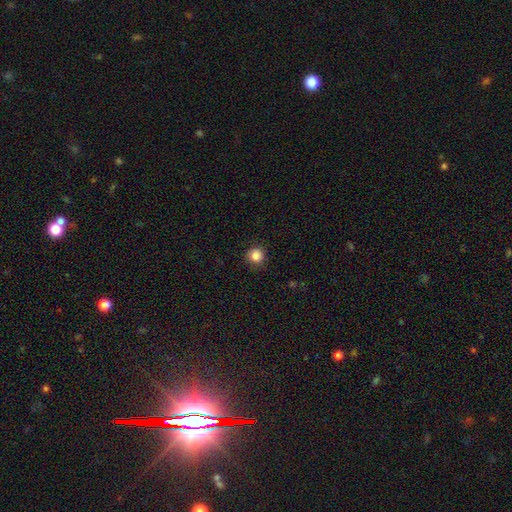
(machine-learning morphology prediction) smooth-or-featured: smooth: 85% | star or artifact: 11% | featured or disk: 4%
  how-rounded: round: 94% | in between: 5% | cigar-shaped: 1%
  merging: none: 89% | minor disturbance: 8% | major disturbance: 2% | merger: 1%